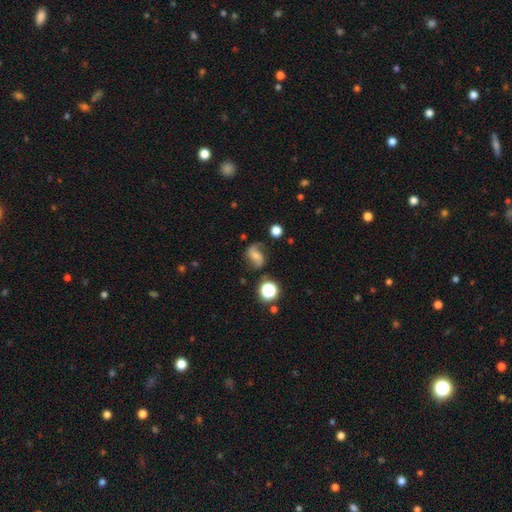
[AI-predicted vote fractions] Smooth or featured? Predicted: featured or disk (p=0.66). Edge-on disk? Predicted: no (p=0.97). Bar? Predicted: no (p=0.41). Spiral arms? Predicted: yes (p=0.93). Spiral winding? Predicted: loose (p=0.61). Spiral arm count? Predicted: 2 (p=0.86). Bulge size? Predicted: small (p=0.46). Merging? Predicted: none (p=0.67).